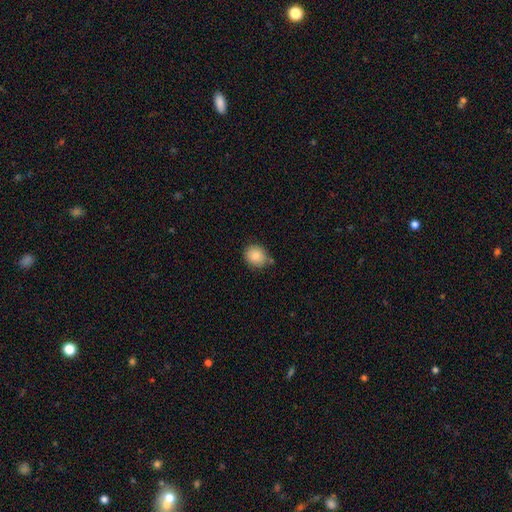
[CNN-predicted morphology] type=smooth (87%); roundness=round (70%); merging=none (74%).